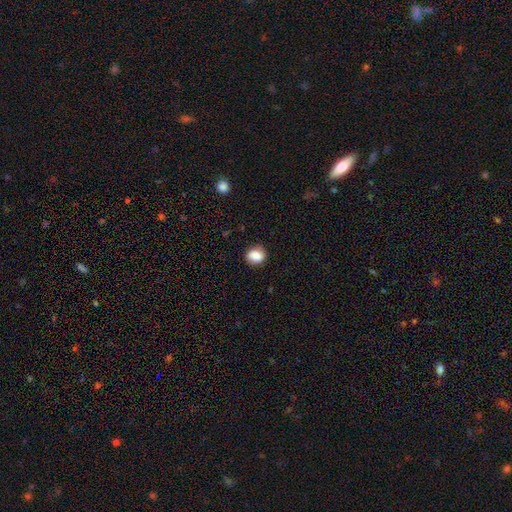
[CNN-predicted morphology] Q: Smooth or featured?
A: smooth (86%); runner-up: star or artifact (9%)
Q: How rounded?
A: round (68%); runner-up: in between (31%)
Q: Merging?
A: none (86%); runner-up: minor disturbance (11%)